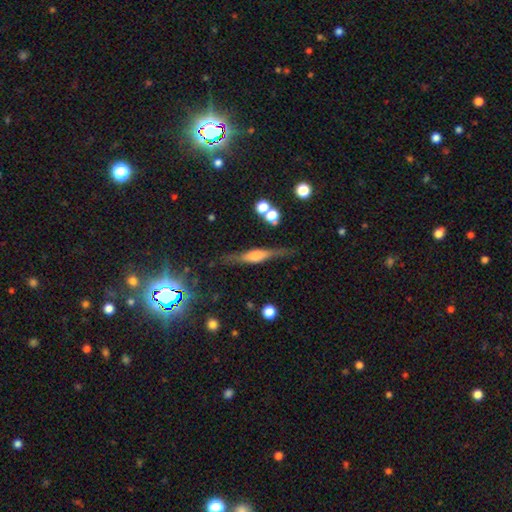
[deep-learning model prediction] The model was most divided on "smooth or featured": featured or disk: 63%, smooth: 29%, star or artifact: 8%. More confident: edge-on disk — yes (94%); merging — none (78%); edge-on bulge — rounded (66%).